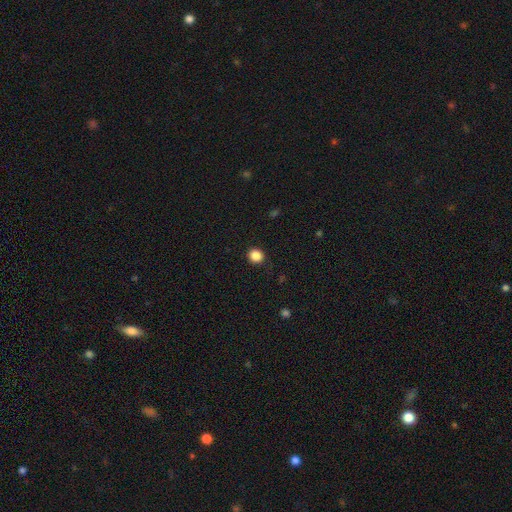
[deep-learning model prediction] Smooth or featured: smooth — 87% (star or artifact — 10%)
How rounded: round — 84% (in between — 15%)
Merging: none — 89% (minor disturbance — 8%)